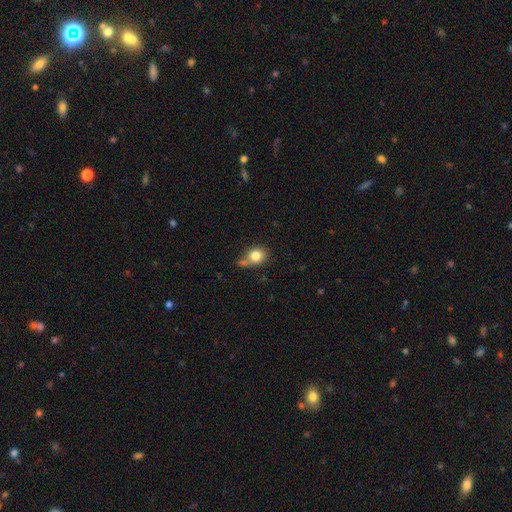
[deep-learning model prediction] Smooth or featured? Predicted: smooth (p=0.80). How rounded? Predicted: round (p=0.61). Merging? Predicted: none (p=0.47).